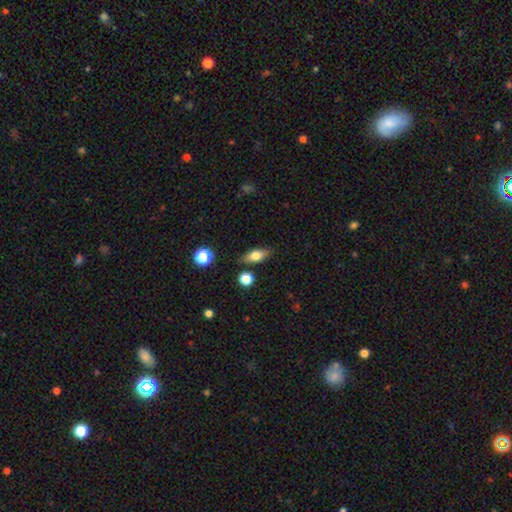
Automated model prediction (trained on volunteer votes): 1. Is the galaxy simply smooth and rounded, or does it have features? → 71% smooth, 20% featured or disk, 9% star or artifact.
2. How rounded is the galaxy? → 74% in between, 18% cigar-shaped, 9% round.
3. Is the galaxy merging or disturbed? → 80% none, 12% minor disturbance, 4% merger, 3% major disturbance.